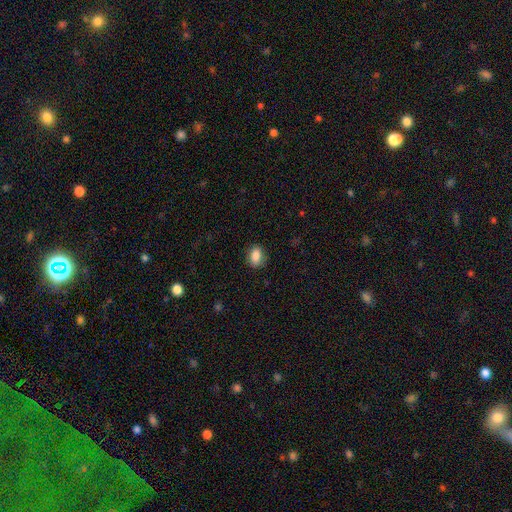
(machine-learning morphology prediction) Smooth or featured: smooth — 87% (star or artifact — 8%)
How rounded: in between — 74% (round — 24%)
Merging: none — 85% (minor disturbance — 11%)